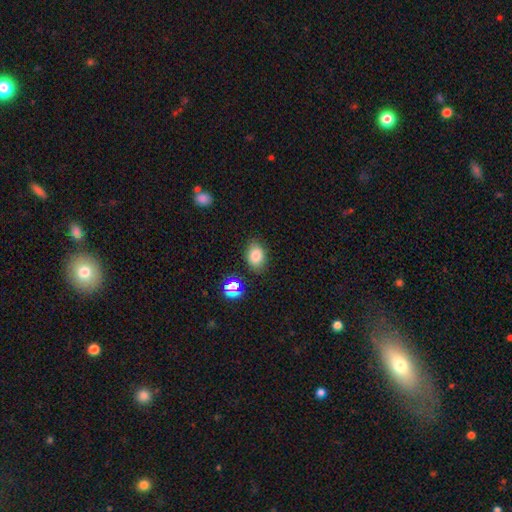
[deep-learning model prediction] This appears to be a smooth galaxy with no disk features (81%) that is in between round and cigar-shaped (80%). Merging: none (82%).